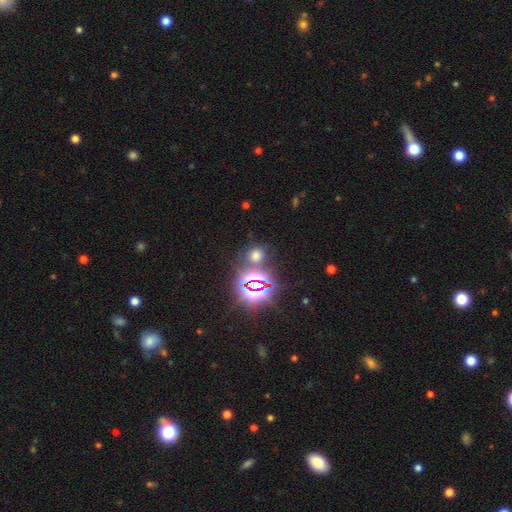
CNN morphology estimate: This appears to be a smooth galaxy with no disk features (49%). Merging: none (75%).